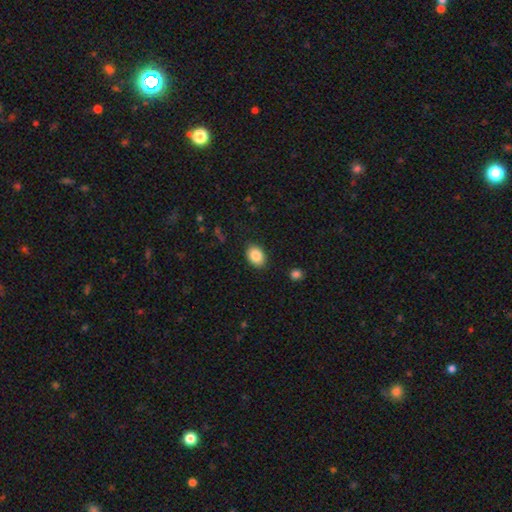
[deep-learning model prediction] Smooth or featured?
  - smooth: 87% *
  - star or artifact: 8%
  - featured or disk: 6%
How rounded?
  - in between: 77% *
  - round: 22%
  - cigar-shaped: 1%
Merging?
  - none: 88% *
  - minor disturbance: 9%
  - major disturbance: 2%
  - merger: 1%